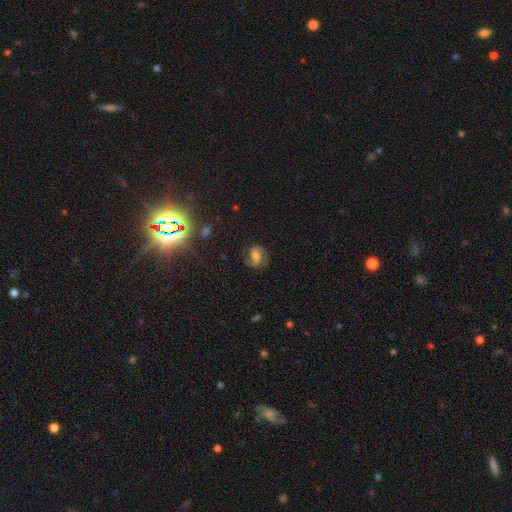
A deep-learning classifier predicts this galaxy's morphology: The model was most divided on "bar": weak: 41%, strong: 30%, no: 29%. Remaining: edge-on disk — no (96%); spiral arms — yes (88%); merging — none (74%); smooth or featured — featured or disk (59%); bulge size — moderate (47%).